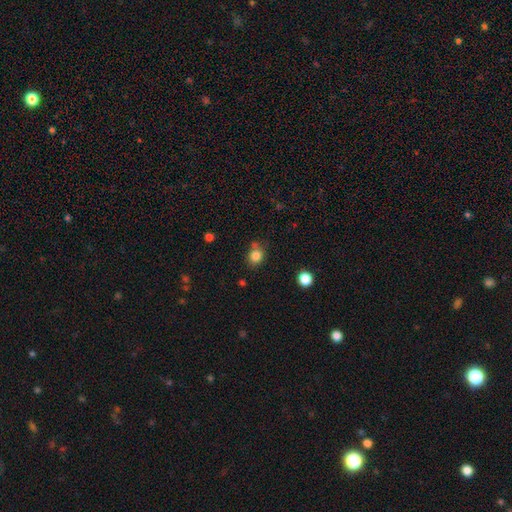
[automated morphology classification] A smooth galaxy with no disk features (83%) that is round (70%).

Vote fractions:
- Smooth or featured? smooth: 83% / star or artifact: 12% / featured or disk: 5%
- How rounded? round: 70% / in between: 29% / cigar-shaped: 1%
- Merging? none: 67% / minor disturbance: 19% / merger: 10% / major disturbance: 5%